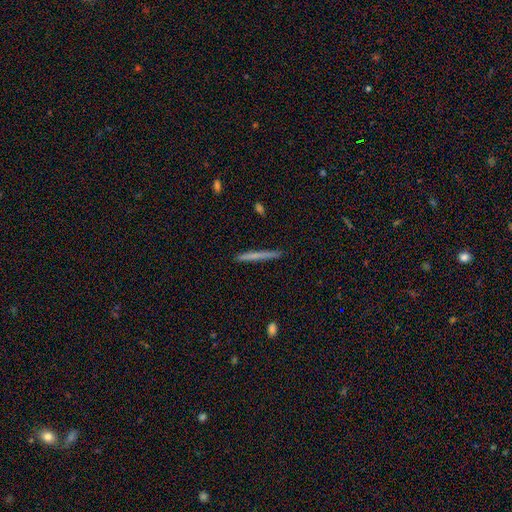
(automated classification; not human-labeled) Smooth or featured? smooth (59%)
How rounded? cigar-shaped (97%)
Merging? none (90%)